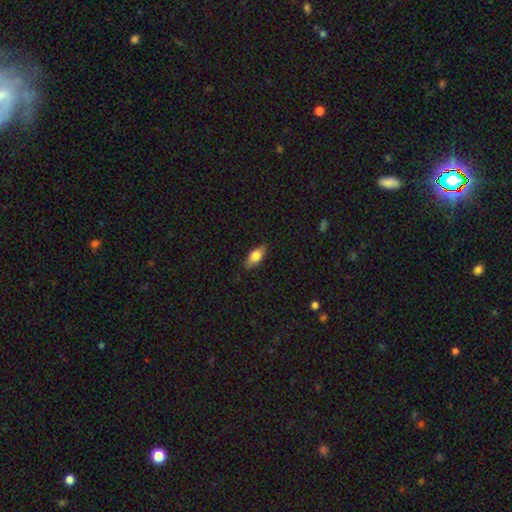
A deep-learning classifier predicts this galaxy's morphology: This appears to be a smooth galaxy with no disk features (77%) that is in between round and cigar-shaped (85%). Merging: none (83%).